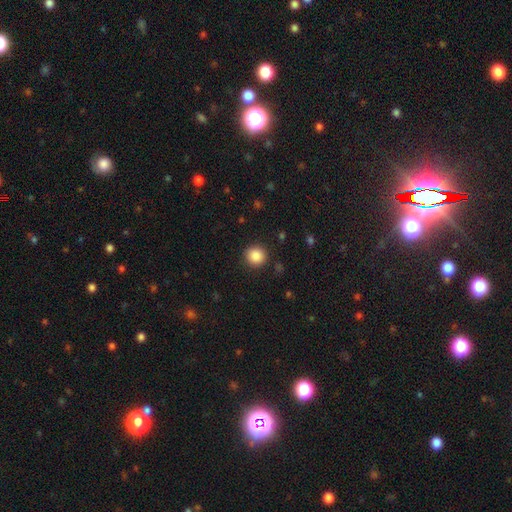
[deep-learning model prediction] Morphology: type=smooth (87%); roundness=round (91%); merging=none (90%).